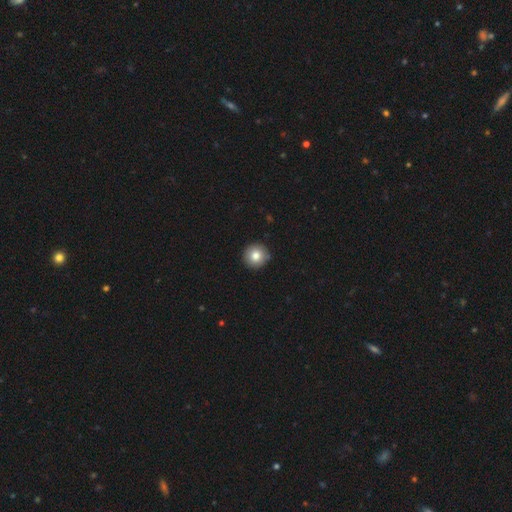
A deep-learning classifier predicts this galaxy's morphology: Smooth or featured: smooth — 81% (featured or disk — 10%)
How rounded: round — 95% (in between — 4%)
Merging: none — 91% (minor disturbance — 6%)